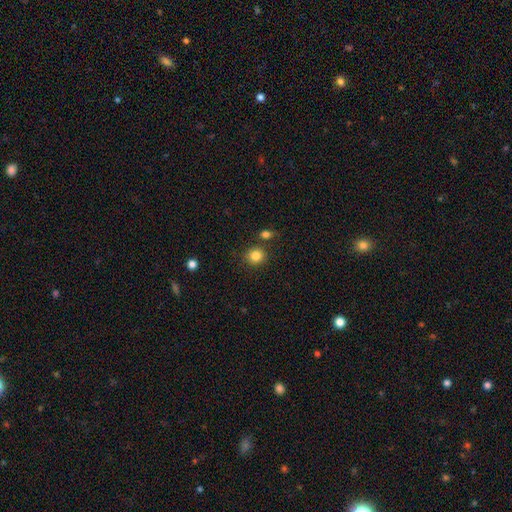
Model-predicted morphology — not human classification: smooth-or-featured: smooth: 84% | star or artifact: 11% | featured or disk: 5%
  how-rounded: round: 84% | in between: 15% | cigar-shaped: 1%
  merging: none: 81% | minor disturbance: 8% | merger: 8% | major disturbance: 3%